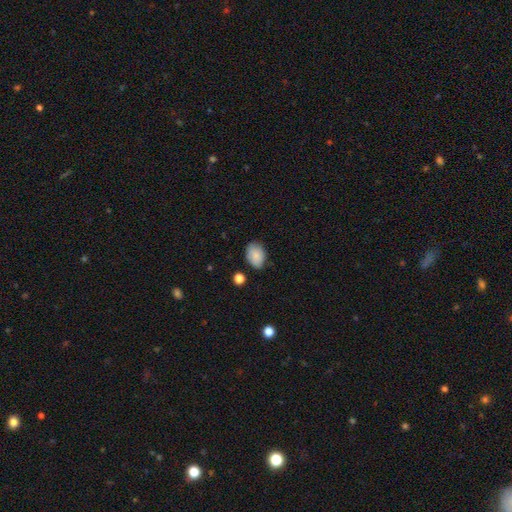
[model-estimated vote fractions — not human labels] Q: Smooth or featured?
A: smooth (86%); runner-up: star or artifact (7%)
Q: How rounded?
A: in between (79%); runner-up: round (20%)
Q: Merging?
A: none (75%); runner-up: minor disturbance (19%)